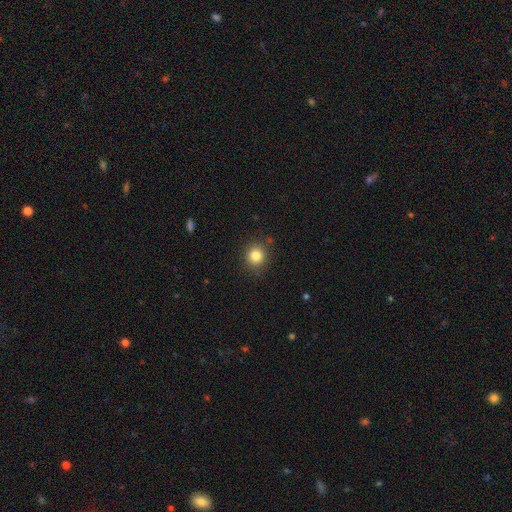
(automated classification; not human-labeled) This is clearly a smooth galaxy (83%). How rounded: clearly round (85%). Merging: clearly none (86%).